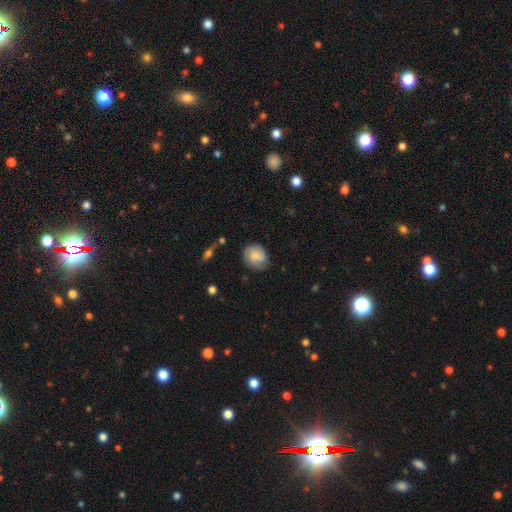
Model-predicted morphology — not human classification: smooth 59%, featured or disk 34%, star or artifact 7%. Down the decision tree: how rounded — round (65%); merging — none (66%).